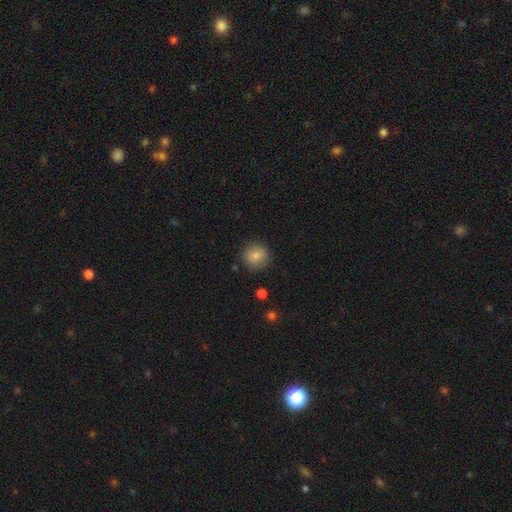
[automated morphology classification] smooth-or-featured: smooth: 82% | star or artifact: 9% | featured or disk: 9%
  how-rounded: round: 93% | in between: 6% | cigar-shaped: 1%
  merging: none: 88% | minor disturbance: 8% | major disturbance: 2% | merger: 1%